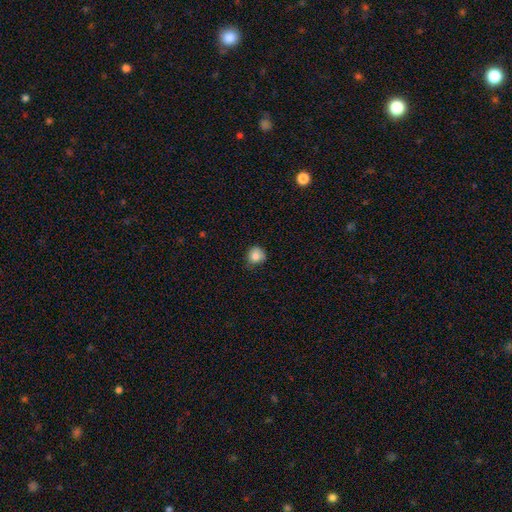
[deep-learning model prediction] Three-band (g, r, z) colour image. It shows a smooth galaxy with no disk features (83%) that is round (86%). Merging: none (65%).